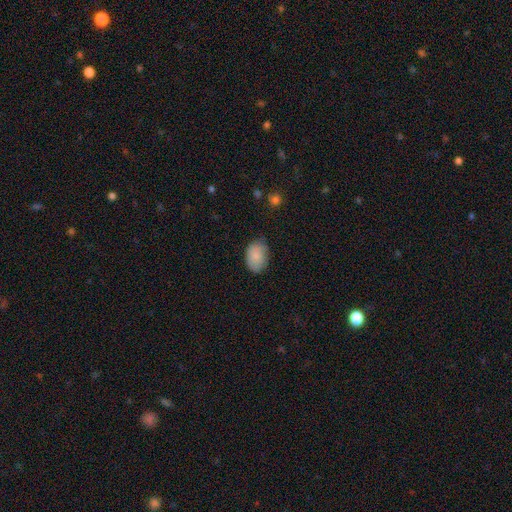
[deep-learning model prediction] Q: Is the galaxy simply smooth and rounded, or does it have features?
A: smooth — 86%.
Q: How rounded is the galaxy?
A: in between — 86%.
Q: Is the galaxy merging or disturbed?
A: none — 73%.